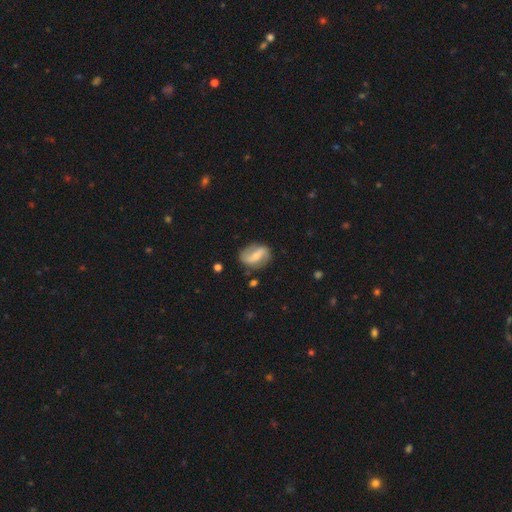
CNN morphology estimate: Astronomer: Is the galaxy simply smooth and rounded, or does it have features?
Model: featured or disk — 66%.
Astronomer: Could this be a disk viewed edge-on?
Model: no — 94%.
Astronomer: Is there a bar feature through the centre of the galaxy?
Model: strong — 49% (runner-up: weak, 32%).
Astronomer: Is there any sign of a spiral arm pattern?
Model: yes — 78%.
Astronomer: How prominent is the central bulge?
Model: small — 53% (runner-up: moderate, 40%).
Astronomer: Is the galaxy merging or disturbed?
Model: none — 77%.